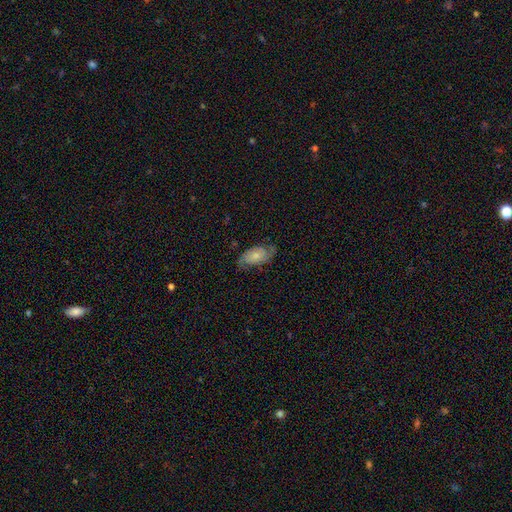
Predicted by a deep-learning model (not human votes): A featured or disk galaxy (50%).

Vote fractions:
- Smooth or featured? featured or disk: 50% / smooth: 43% / star or artifact: 7%
- Merging? none: 66% / minor disturbance: 23% / major disturbance: 10% / merger: 1%